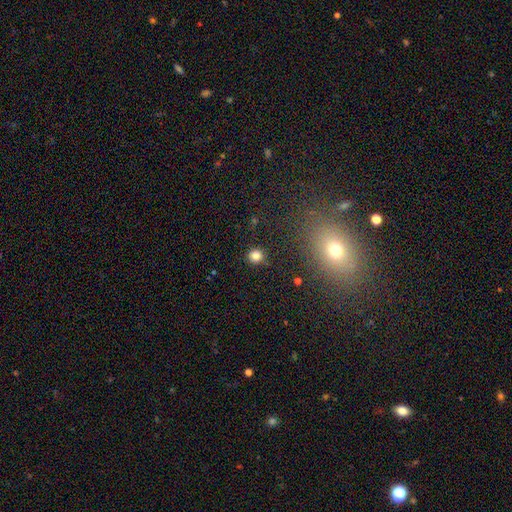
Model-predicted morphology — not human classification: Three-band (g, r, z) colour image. It shows a smooth galaxy with no disk features (83%) that is round (92%). Merging: none (91%).